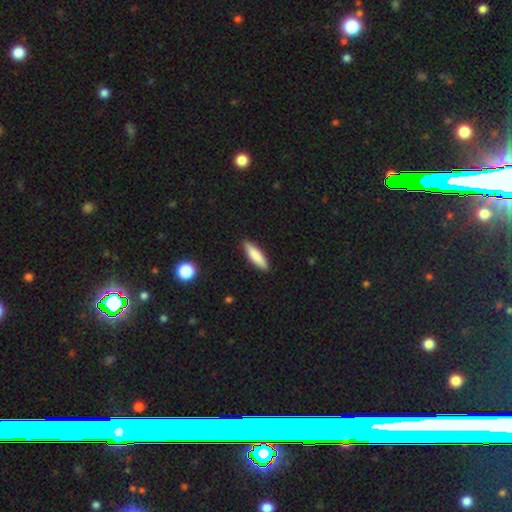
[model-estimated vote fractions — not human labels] A smooth galaxy with no disk features (83%) that is cigar-shaped (68%).

Vote fractions:
- Smooth or featured? smooth: 83% / featured or disk: 11% / star or artifact: 6%
- How rounded? cigar-shaped: 68% / in between: 30% / round: 2%
- Merging? none: 90% / minor disturbance: 8% / major disturbance: 2% / merger: 1%